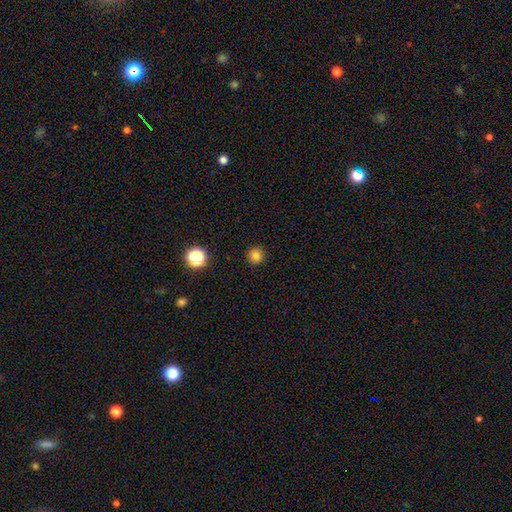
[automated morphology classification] smooth 80%, star or artifact 15%, featured or disk 6%. Down the decision tree: how rounded — round (94%); merging — none (91%).